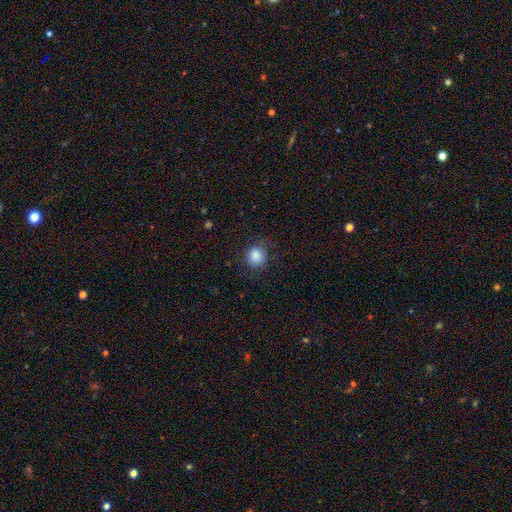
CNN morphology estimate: smooth-or-featured: smooth: 86% | star or artifact: 9% | featured or disk: 6%
  how-rounded: round: 85% | in between: 14% | cigar-shaped: 1%
  merging: none: 78% | minor disturbance: 15% | major disturbance: 6% | merger: 1%